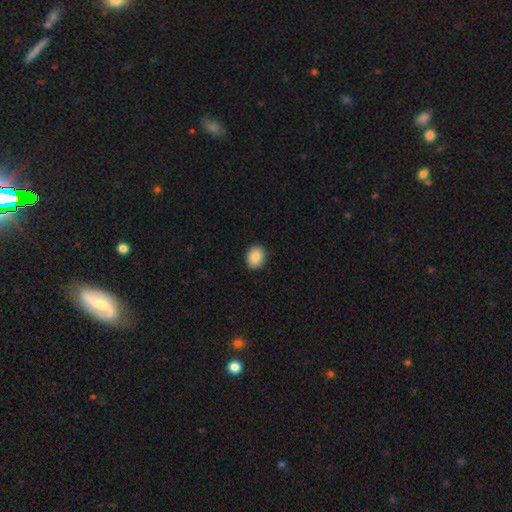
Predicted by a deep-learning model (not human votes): Smooth or featured?
  - smooth: 88% *
  - star or artifact: 8%
  - featured or disk: 4%
How rounded?
  - round: 51% *
  - in between: 48%
  - cigar-shaped: 1%
Merging?
  - none: 90% *
  - minor disturbance: 7%
  - major disturbance: 2%
  - merger: 1%